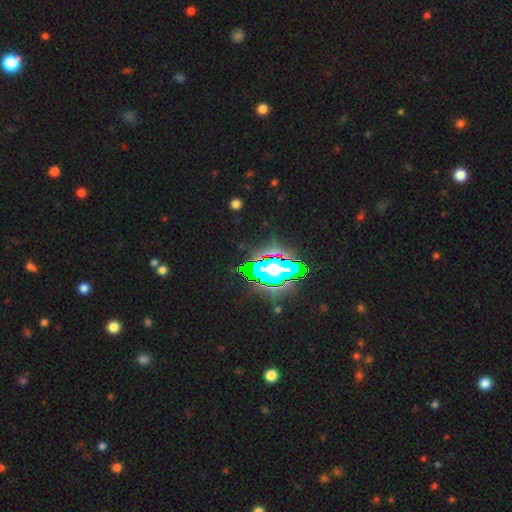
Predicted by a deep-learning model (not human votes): Smooth or featured: star or artifact — 70% (featured or disk — 16%)